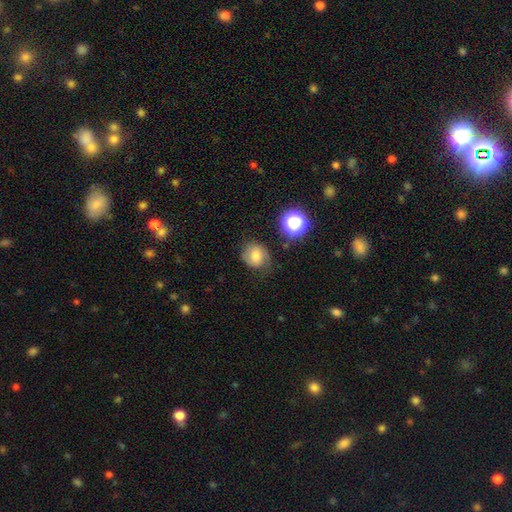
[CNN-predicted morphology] Smooth or featured: smooth — 62% (featured or disk — 24%)
How rounded: round — 68% (in between — 31%)
Merging: none — 62% (minor disturbance — 25%)